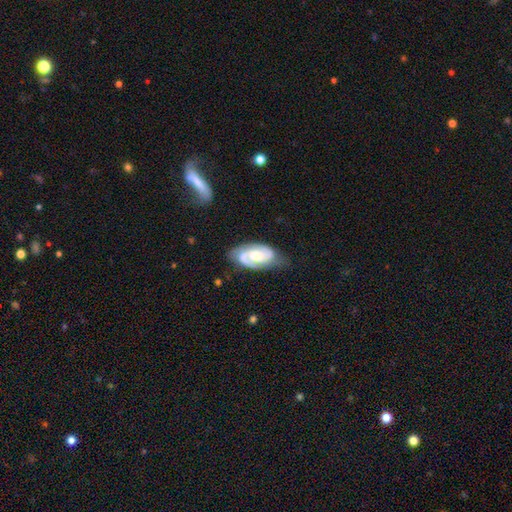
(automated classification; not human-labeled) A featured or disk galaxy (83%) with no bar (50%), 2 (83%) tight (45%) spiral arms (96%) and a moderate central bulge (49%).

Vote fractions:
- Smooth or featured? featured or disk: 83% / smooth: 12% / star or artifact: 5%
- Edge-on disk? no: 96% / yes: 4%
- Bar? no: 50% / weak: 40% / strong: 11%
- Spiral arms? yes: 96% / no: 4%
- Spiral winding? tight: 45% / medium: 44% / loose: 12%
- Spiral arm count? 2: 83% / can't tell: 6% / 1: 6% / 3: 3% / 4: 1% / more than 4: 1%
- Bulge size? moderate: 49% / small: 29% / large: 13% / none: 7% / dominant: 2%
- Merging? none: 66% / minor disturbance: 24% / major disturbance: 8% / merger: 2%